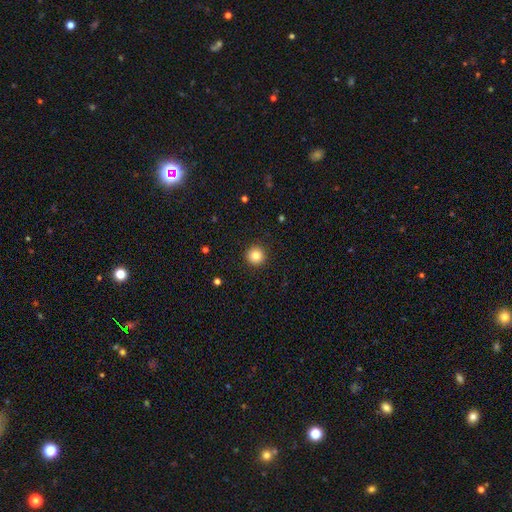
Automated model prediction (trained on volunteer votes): Smooth or featured?
  - smooth: 82% *
  - star or artifact: 11%
  - featured or disk: 7%
How rounded?
  - round: 96% *
  - in between: 3%
  - cigar-shaped: 1%
Merging?
  - none: 93% *
  - minor disturbance: 5%
  - major disturbance: 2%
  - merger: 1%